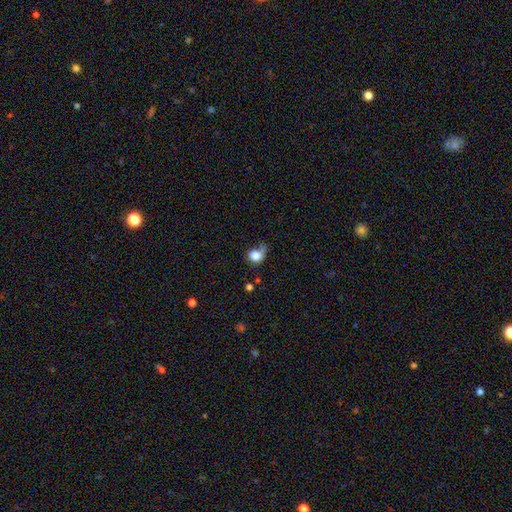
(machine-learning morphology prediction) smooth-or-featured: smooth: 80% | featured or disk: 11% | star or artifact: 9%
  how-rounded: round: 63% | in between: 36% | cigar-shaped: 1%
  merging: none: 34% (tied) | minor disturbance: 34% (tied) | major disturbance: 25% | merger: 7%